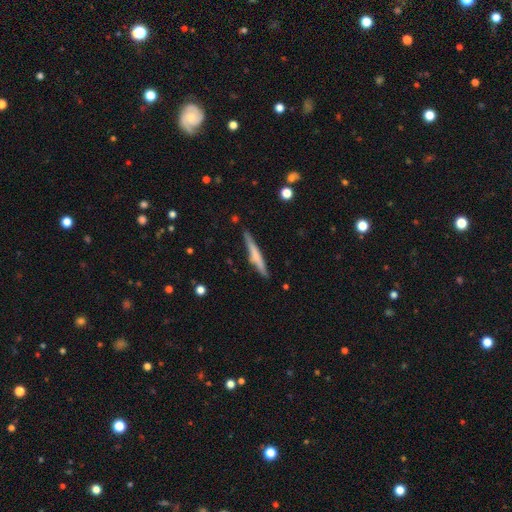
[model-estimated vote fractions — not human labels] Smooth or featured?
  - smooth: 50% *
  - featured or disk: 44%
  - star or artifact: 6%
How rounded?
  - cigar-shaped: 95% *
  - in between: 4%
  - round: 2%
Merging?
  - none: 84% *
  - minor disturbance: 11%
  - merger: 2%
  - major disturbance: 2%